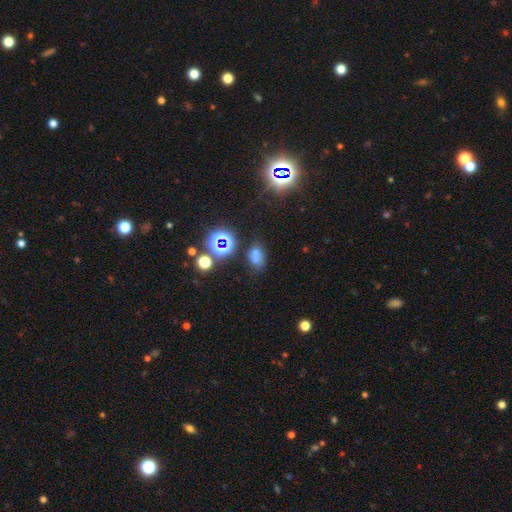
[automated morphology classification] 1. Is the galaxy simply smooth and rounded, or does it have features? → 56% smooth, 30% star or artifact, 14% featured or disk.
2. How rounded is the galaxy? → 67% in between, 31% round, 2% cigar-shaped.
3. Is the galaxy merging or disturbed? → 45% none, 30% merger, 16% minor disturbance, 8% major disturbance.